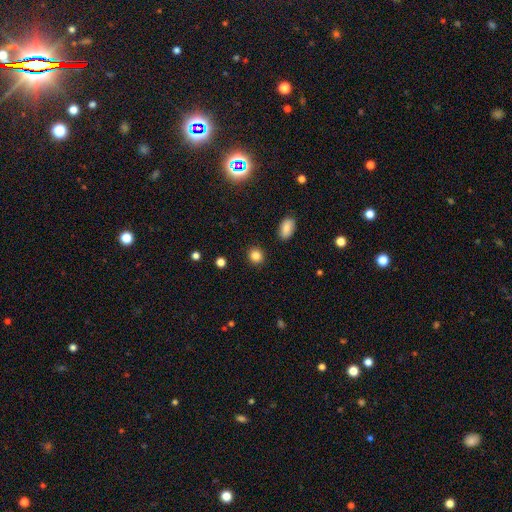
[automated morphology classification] type=smooth (85%); roundness=round (84%); merging=none (91%).